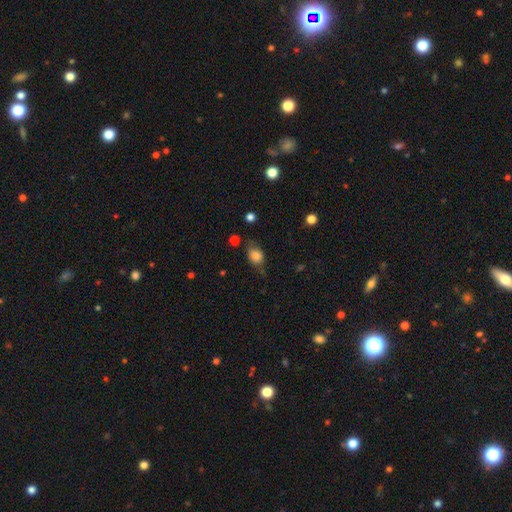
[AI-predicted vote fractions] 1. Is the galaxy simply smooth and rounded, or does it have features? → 76% smooth, 15% featured or disk, 10% star or artifact.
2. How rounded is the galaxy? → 68% in between, 30% round, 3% cigar-shaped.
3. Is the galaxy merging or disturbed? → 61% none, 27% minor disturbance, 9% major disturbance, 3% merger.